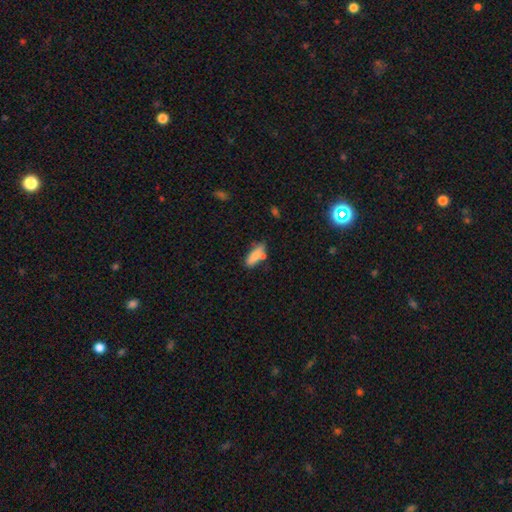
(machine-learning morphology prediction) smooth 76%, featured or disk 16%, star or artifact 8%. Down the decision tree: how rounded — in between (62%); merging — none (55%).